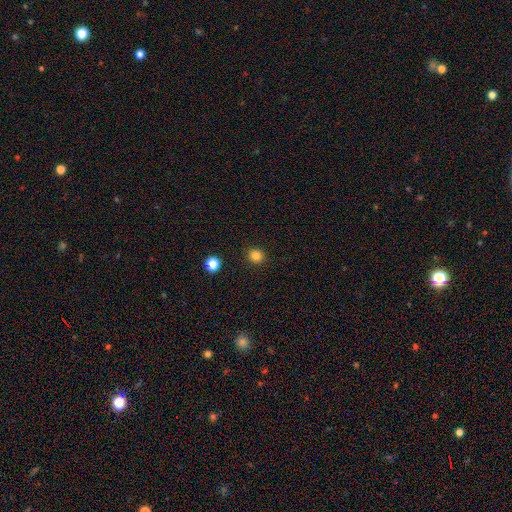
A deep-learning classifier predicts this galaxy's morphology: Q: Smooth or featured?
A: smooth (83%); runner-up: star or artifact (13%)
Q: How rounded?
A: round (92%); runner-up: in between (7%)
Q: Merging?
A: none (92%); runner-up: minor disturbance (5%)